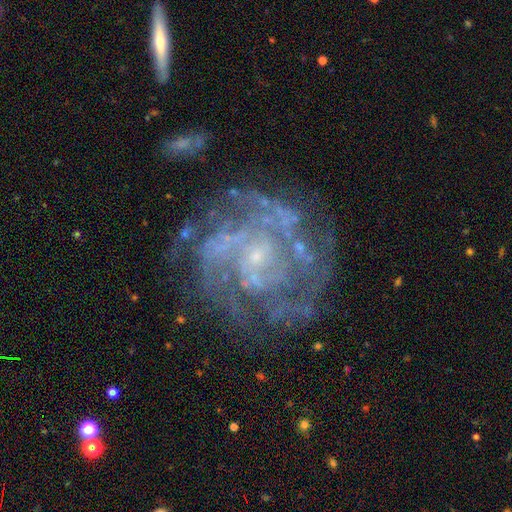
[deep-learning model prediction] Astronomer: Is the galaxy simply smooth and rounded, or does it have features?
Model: featured or disk — 86%.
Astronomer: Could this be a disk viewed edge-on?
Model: no — 98%.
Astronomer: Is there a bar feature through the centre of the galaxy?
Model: no — 69%.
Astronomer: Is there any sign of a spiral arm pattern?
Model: yes — 91%.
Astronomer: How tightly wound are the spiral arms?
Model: tight — 63%.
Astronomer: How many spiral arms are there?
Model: can't tell — 33% (runner-up: 3, 19%).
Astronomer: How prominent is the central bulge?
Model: small — 79%.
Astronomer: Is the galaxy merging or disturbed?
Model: none — 68%.